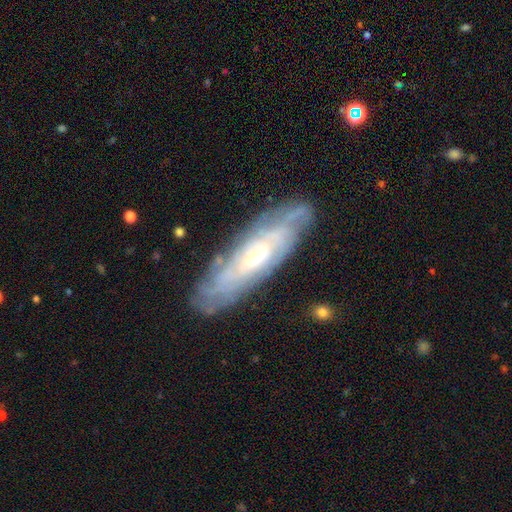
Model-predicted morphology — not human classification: featured or disk 76%, smooth 17%, star or artifact 7%. Down the decision tree: edge-on disk — no (75%); bar — no (67%); spiral arms — yes (90%); spiral arm count — can't tell (61%); spiral winding — tight (74%); bulge size — small (65%); merging — none (81%).